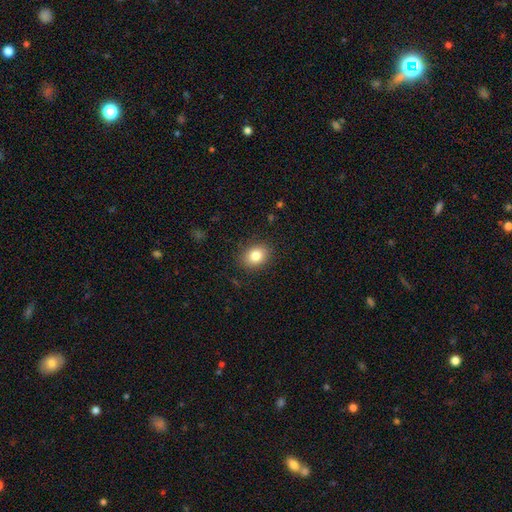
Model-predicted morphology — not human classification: Smooth or featured? Predicted: smooth (p=0.83). How rounded? Predicted: in between (p=0.56). Merging? Predicted: none (p=0.88).